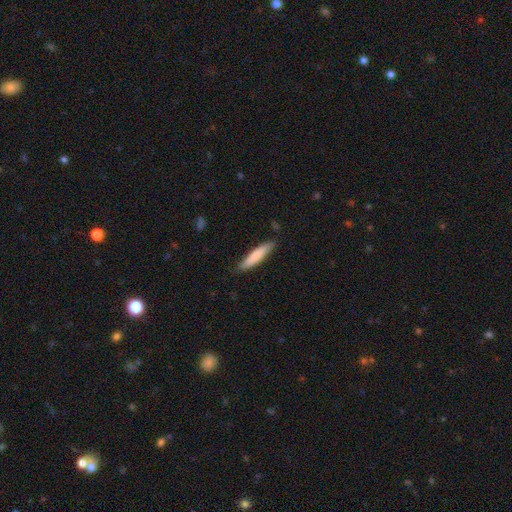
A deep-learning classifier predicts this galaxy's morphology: Q: Smooth or featured?
A: smooth (76%); runner-up: featured or disk (18%)
Q: How rounded?
A: cigar-shaped (84%); runner-up: in between (14%)
Q: Merging?
A: none (84%); runner-up: minor disturbance (12%)